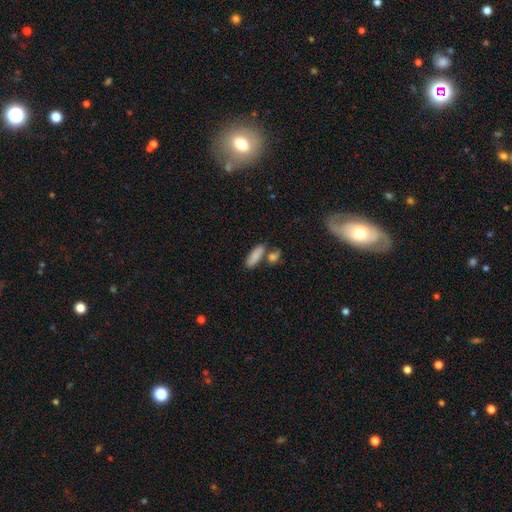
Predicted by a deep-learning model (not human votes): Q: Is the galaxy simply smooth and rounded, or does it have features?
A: smooth — 84%.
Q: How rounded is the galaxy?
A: in between — 68%.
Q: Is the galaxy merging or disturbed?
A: none — 57%.